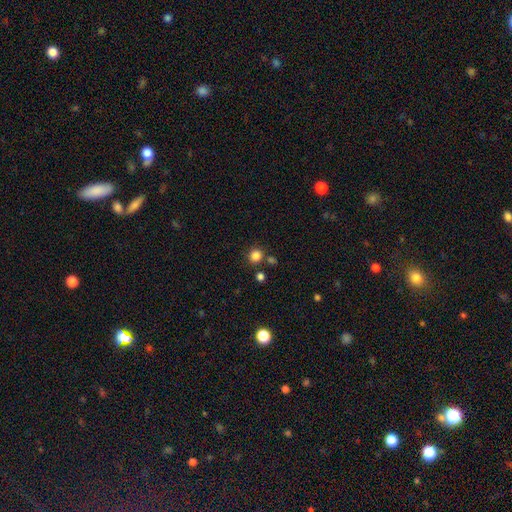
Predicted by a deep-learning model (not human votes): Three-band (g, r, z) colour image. It shows a smooth galaxy with no disk features (83%) that is round (88%). Merging: none (78%).